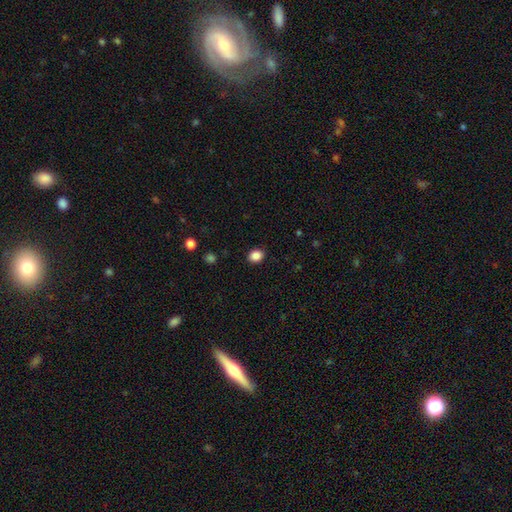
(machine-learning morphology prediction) Smooth or featured?
  - smooth: 87% *
  - star or artifact: 10%
  - featured or disk: 3%
How rounded?
  - round: 56% *
  - in between: 43%
  - cigar-shaped: 1%
Merging?
  - none: 90% *
  - minor disturbance: 7%
  - major disturbance: 2%
  - merger: 1%